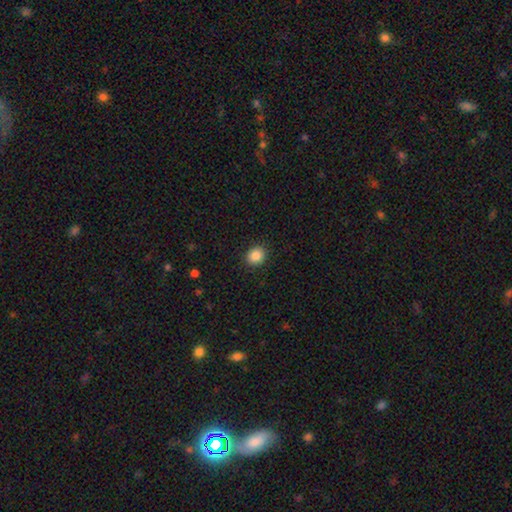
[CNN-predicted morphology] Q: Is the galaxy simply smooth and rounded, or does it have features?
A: smooth — 87%.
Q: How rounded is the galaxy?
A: round — 71%.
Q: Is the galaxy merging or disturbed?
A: none — 90%.